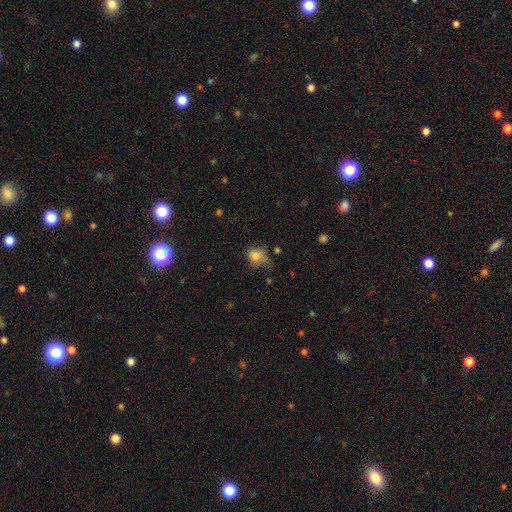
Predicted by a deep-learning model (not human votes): Q: Smooth or featured?
A: smooth (79%); runner-up: star or artifact (11%)
Q: How rounded?
A: round (56%); runner-up: in between (43%)
Q: Merging?
A: none (50%); runner-up: minor disturbance (34%)